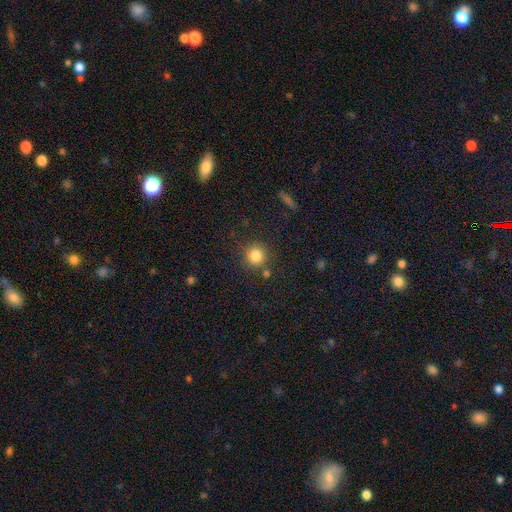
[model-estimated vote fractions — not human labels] A smooth galaxy with no disk features (83%) that is round (90%). Merging: none (80%).